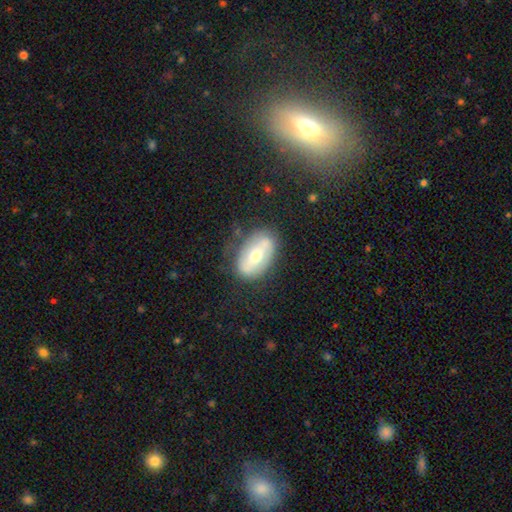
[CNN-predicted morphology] type=featured or disk (51%); edge-on=no (86%); merging=none (73%).